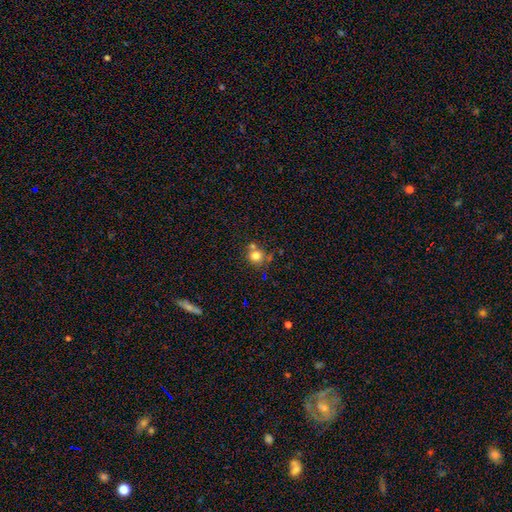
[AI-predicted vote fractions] Overall: smooth (77%). How rounded: round (89%). Merging: none (61%; merger 25%).